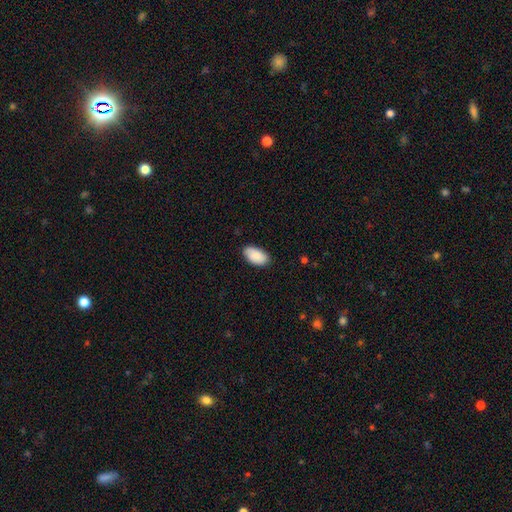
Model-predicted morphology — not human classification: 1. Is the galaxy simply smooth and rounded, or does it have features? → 90% smooth, 6% star or artifact, 5% featured or disk.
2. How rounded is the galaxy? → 96% in between, 3% round, 2% cigar-shaped.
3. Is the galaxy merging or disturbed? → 83% none, 14% minor disturbance, 2% major disturbance, 1% merger.